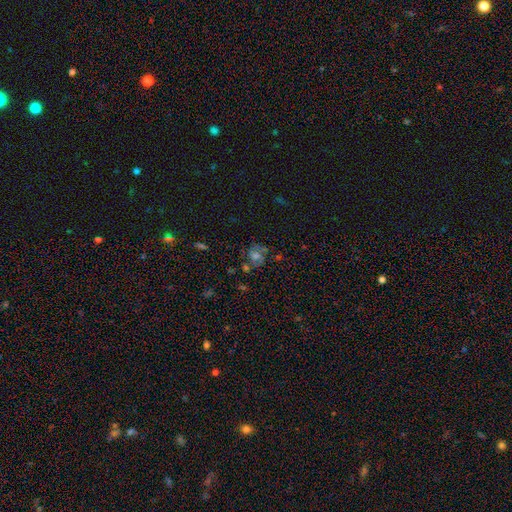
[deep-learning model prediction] A featured or disk galaxy (46%). Merging: none (62%).